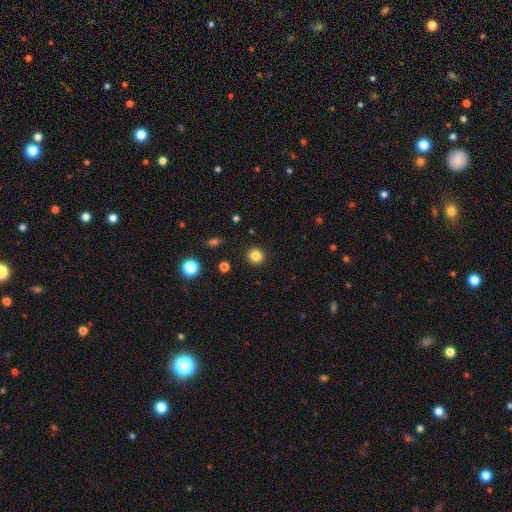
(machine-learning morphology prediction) This is clearly a smooth galaxy (84%). How rounded: clearly round (92%). Merging: clearly none (92%).